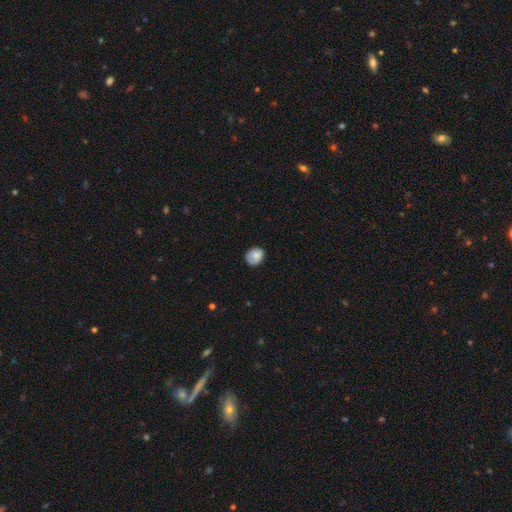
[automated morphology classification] Smooth or featured?
  - smooth: 78% *
  - featured or disk: 14%
  - star or artifact: 8%
How rounded?
  - round: 51% *
  - in between: 48%
  - cigar-shaped: 1%
Merging?
  - none: 69% *
  - minor disturbance: 24%
  - major disturbance: 5%
  - merger: 1%